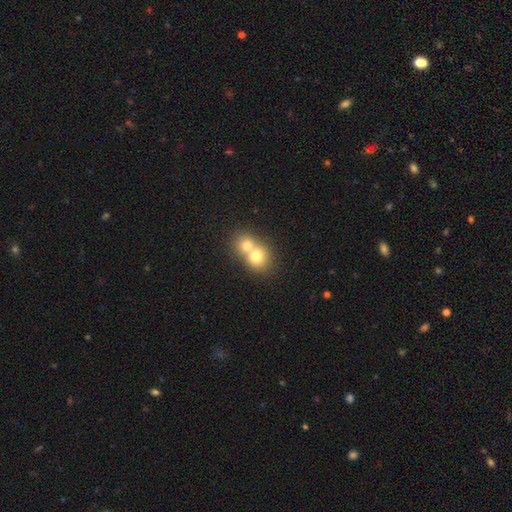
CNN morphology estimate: Smooth or featured? Predicted: smooth (p=0.71). How rounded? Predicted: round (p=0.73). Merging? Predicted: merger (p=0.71).